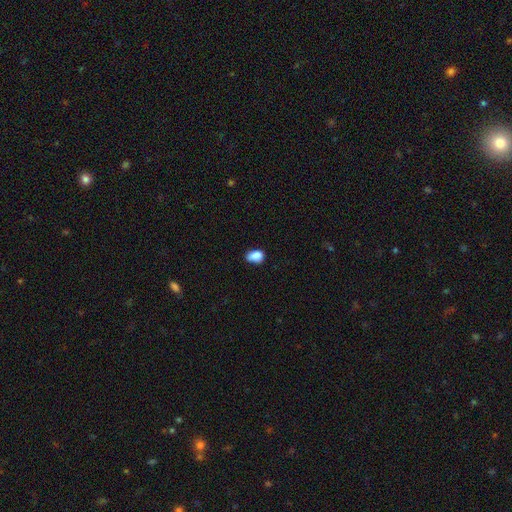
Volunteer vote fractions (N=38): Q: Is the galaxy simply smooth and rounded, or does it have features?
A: smooth — 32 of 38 (84%).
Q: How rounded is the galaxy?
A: in between — 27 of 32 (84%).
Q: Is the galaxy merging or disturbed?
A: none — 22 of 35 (63%).